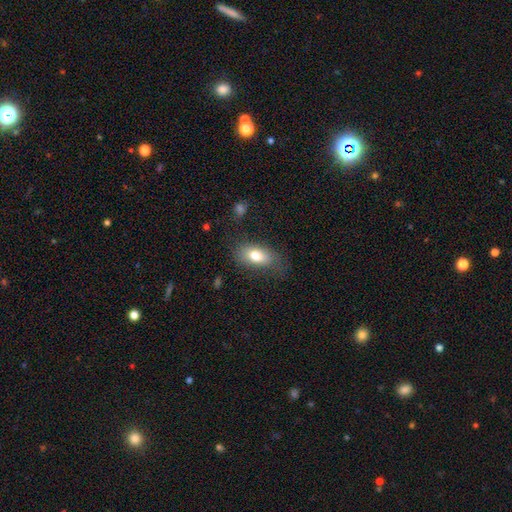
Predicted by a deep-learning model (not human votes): A smooth galaxy with no disk features (76%) that is in between round and cigar-shaped (88%).

Vote fractions:
- Smooth or featured? smooth: 76% / featured or disk: 16% / star or artifact: 9%
- How rounded? in between: 88% / round: 8% / cigar-shaped: 4%
- Merging? none: 66% / minor disturbance: 22% / major disturbance: 10% / merger: 2%